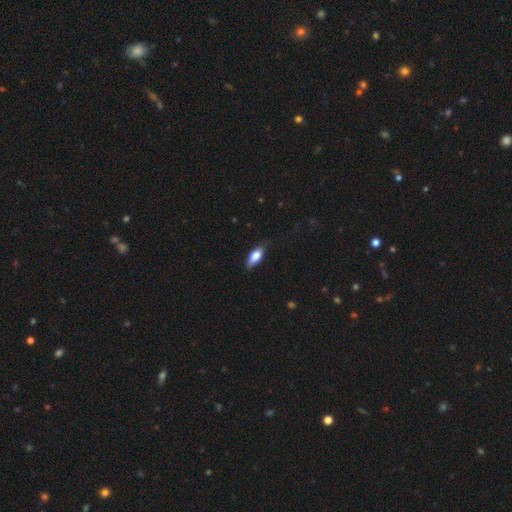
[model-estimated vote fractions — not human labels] Smooth or featured?
  - smooth: 65% *
  - featured or disk: 28%
  - star or artifact: 7%
How rounded?
  - in between: 75% *
  - cigar-shaped: 21%
  - round: 4%
Merging?
  - none: 71% *
  - minor disturbance: 23%
  - major disturbance: 5%
  - merger: 1%